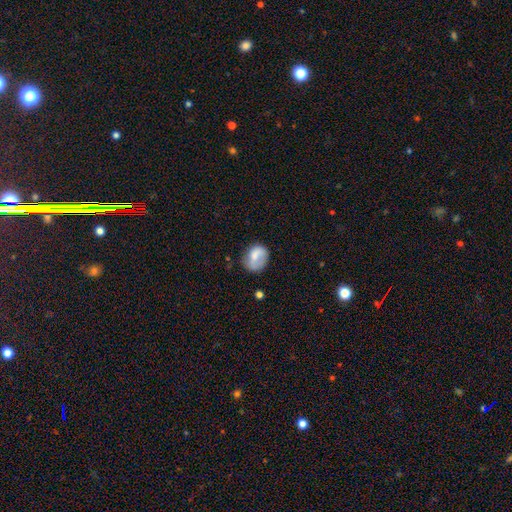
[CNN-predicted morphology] Q: Smooth or featured?
A: smooth (72%); runner-up: featured or disk (20%)
Q: How rounded?
A: round (53%); runner-up: in between (46%)
Q: Merging?
A: none (54%); runner-up: minor disturbance (28%)